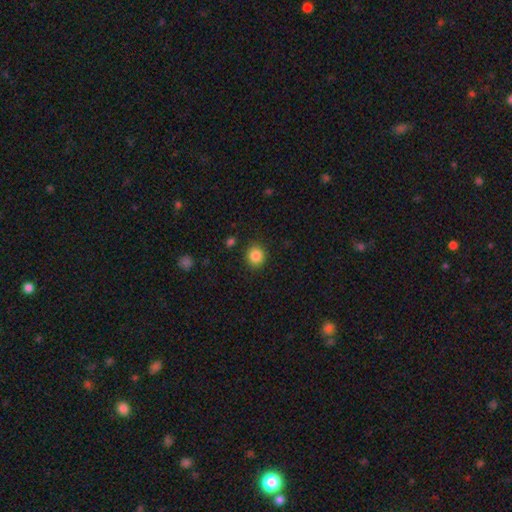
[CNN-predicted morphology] Smooth or featured? Predicted: smooth (p=0.86). How rounded? Predicted: round (p=0.83). Merging? Predicted: none (p=0.88).